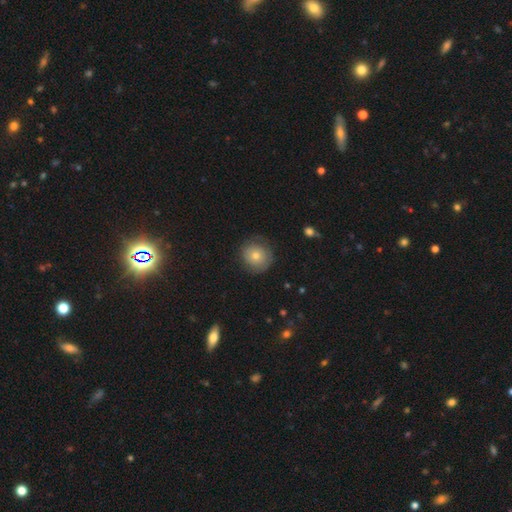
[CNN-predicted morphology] The model was most divided on "smooth or featured": smooth: 71%, featured or disk: 21%, star or artifact: 8%. More confident: how rounded — round (90%); merging — none (77%).